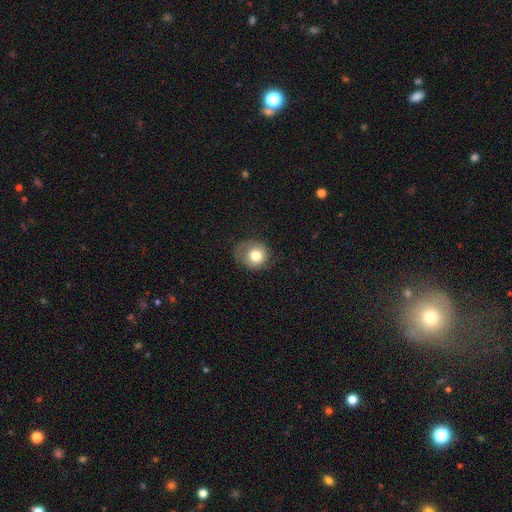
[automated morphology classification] Smooth or featured? smooth (76%)
How rounded? round (78%)
Merging? none (54%)